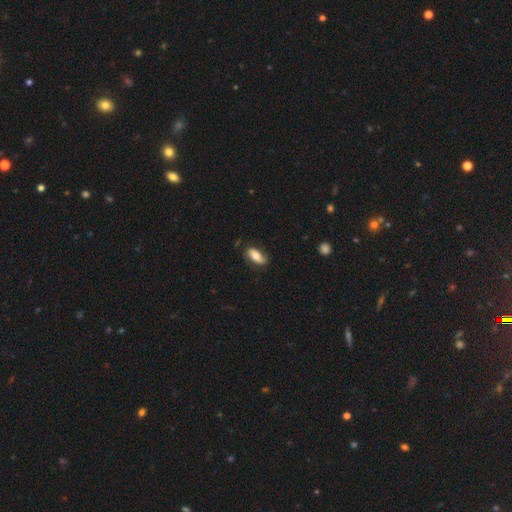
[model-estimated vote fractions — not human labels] This appears to be a smooth galaxy with no disk features (60%) that is in between round and cigar-shaped (85%). Merging: none (77%).